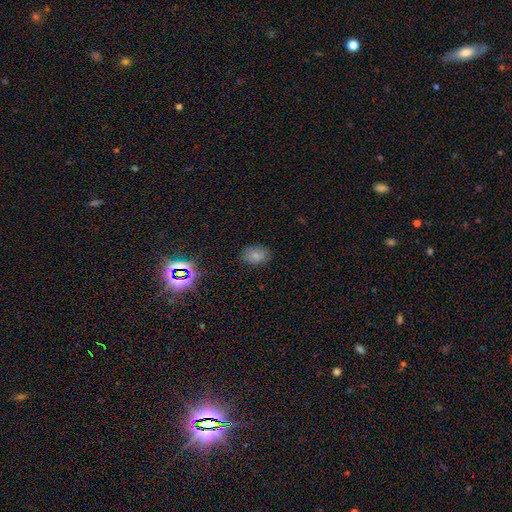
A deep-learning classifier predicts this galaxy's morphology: This appears to be a smooth galaxy with no disk features (81%) that is in between round and cigar-shaped (79%). Merging: none (83%).